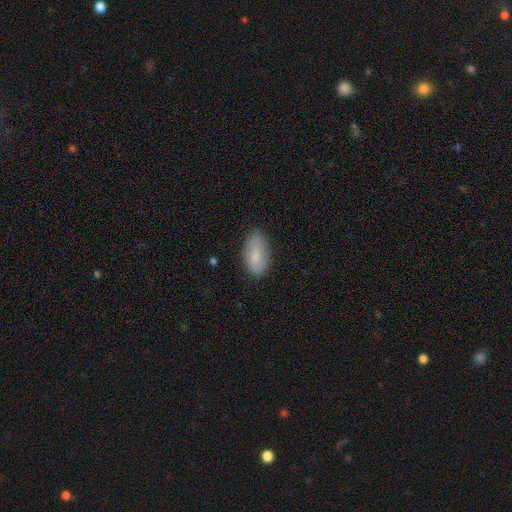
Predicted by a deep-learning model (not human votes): Smooth or featured? smooth (81%)
How rounded? in between (90%)
Merging? none (76%)